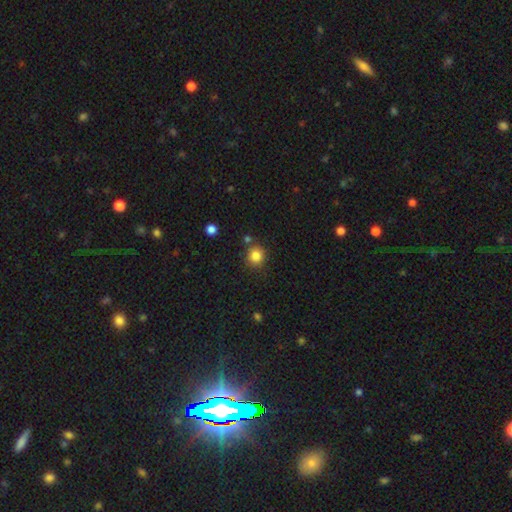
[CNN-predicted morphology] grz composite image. It shows a smooth galaxy with no disk features (84%) that is round (89%). Merging: none (80%).